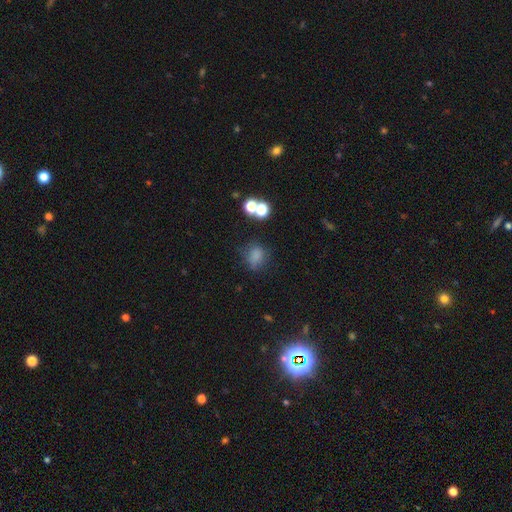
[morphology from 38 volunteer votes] Volunteers were most divided on "how rounded": round: 59%, in between: 38%, cigar-shaped: 3%. More confident: smooth or featured — smooth (84%); merging — none (58%).